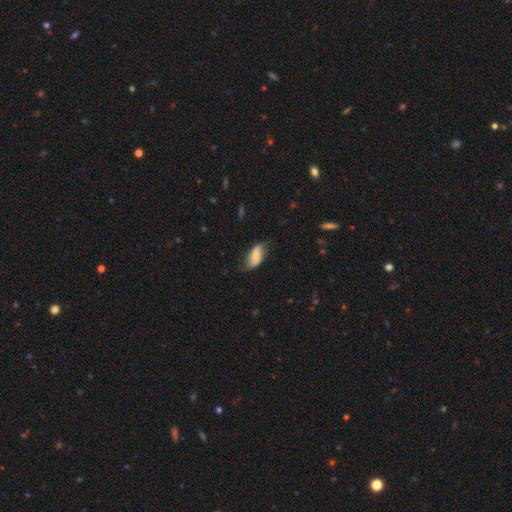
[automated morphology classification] smooth_or_featured: smooth (p=0.53) [alt: featured or disk p=0.39]
how_rounded: in between (p=0.90) [alt: cigar-shaped p=0.07]
merging: none (p=0.52) [alt: minor disturbance p=0.34]